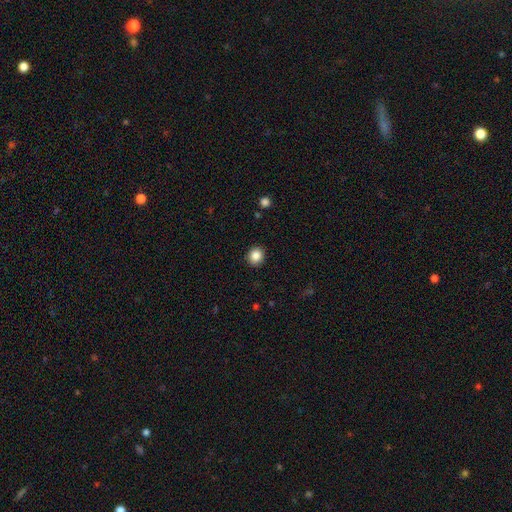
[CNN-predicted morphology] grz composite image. It shows a smooth galaxy with no disk features (85%) that is round (79%). Merging: none (91%).